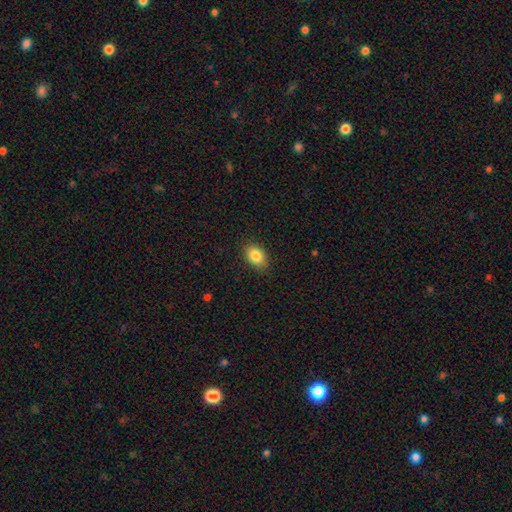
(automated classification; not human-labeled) smooth-or-featured: smooth: 85% | star or artifact: 8% | featured or disk: 7%
  how-rounded: in between: 78% | round: 21% | cigar-shaped: 1%
  merging: none: 86% | minor disturbance: 11% | major disturbance: 2% | merger: 1%